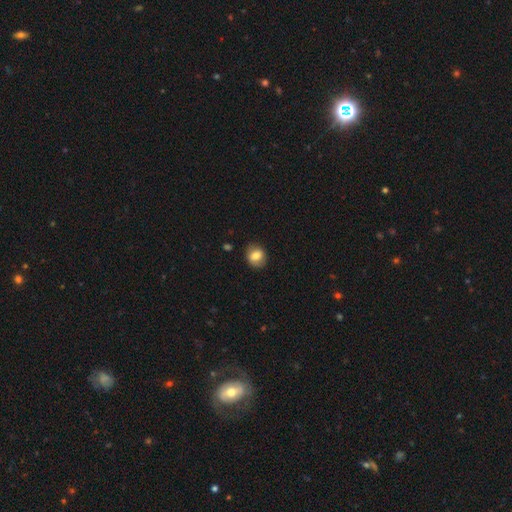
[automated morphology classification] Q: Smooth or featured?
A: smooth (79%); runner-up: featured or disk (13%)
Q: How rounded?
A: round (59%); runner-up: in between (40%)
Q: Merging?
A: none (85%); runner-up: minor disturbance (11%)